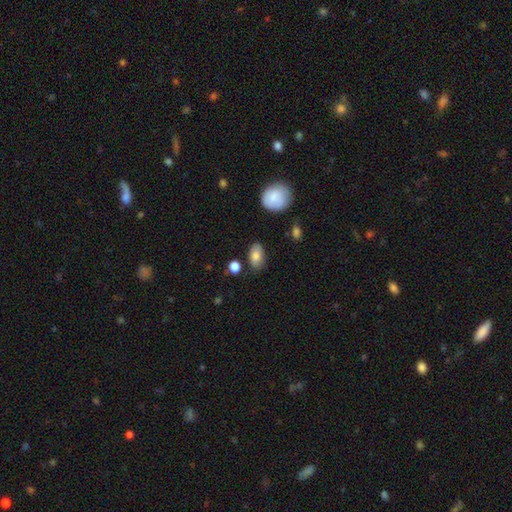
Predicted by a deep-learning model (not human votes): The model was most divided on "merging": none: 81%, minor disturbance: 13%, merger: 3%, major disturbance: 3%. More confident: how rounded — in between (91%); smooth or featured — smooth (82%).